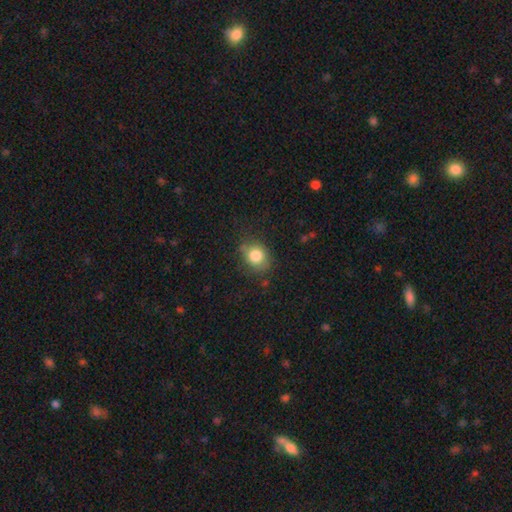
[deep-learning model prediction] Smooth or featured? smooth (82%)
How rounded? round (64%)
Merging? none (74%)